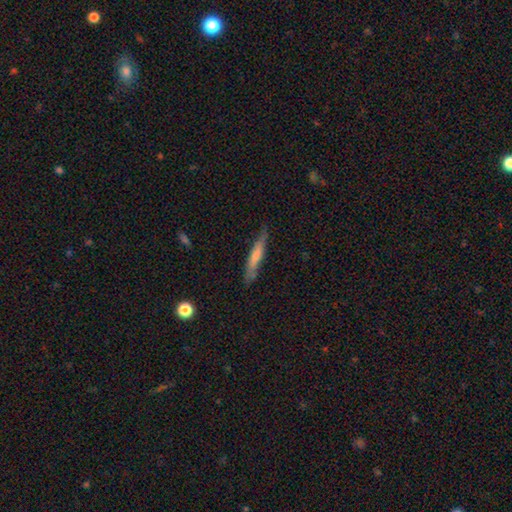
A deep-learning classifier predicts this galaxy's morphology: Smooth or featured?
  - smooth: 55% *
  - featured or disk: 39%
  - star or artifact: 6%
How rounded?
  - cigar-shaped: 91% *
  - in between: 7%
  - round: 2%
Merging?
  - none: 80% *
  - minor disturbance: 16%
  - major disturbance: 3%
  - merger: 2%